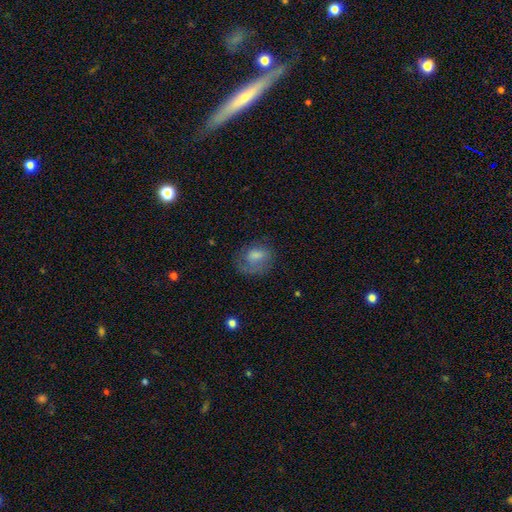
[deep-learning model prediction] This is likely a smooth galaxy (60%). How rounded: possibly in between (53%). Merging: possibly none (51%).